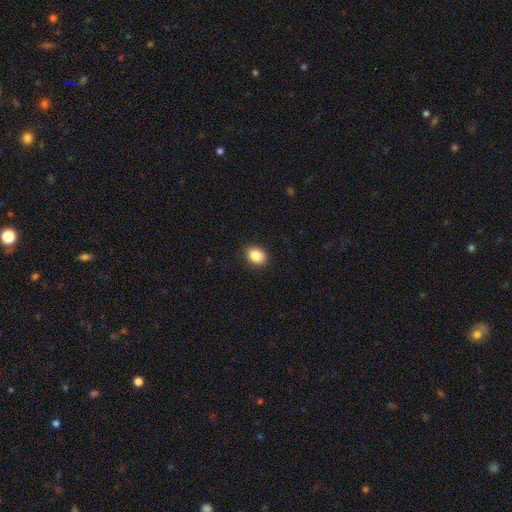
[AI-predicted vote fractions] This is clearly a smooth galaxy (86%). How rounded: possibly in between (60%). Merging: clearly none (88%).